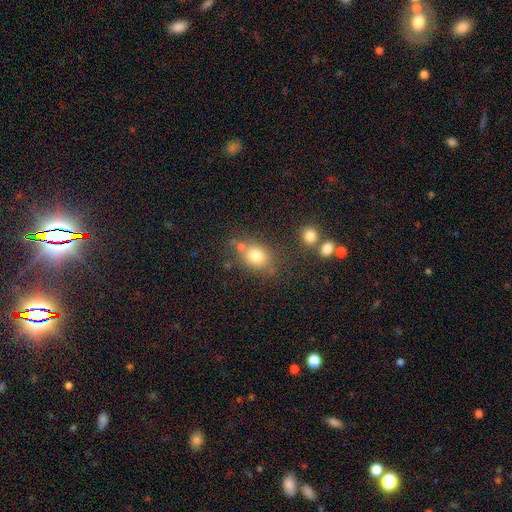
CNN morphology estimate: The model was most divided on "how rounded": round: 51%, in between: 48%, cigar-shaped: 1%. More confident: smooth or featured — smooth (77%); merging — none (62%).